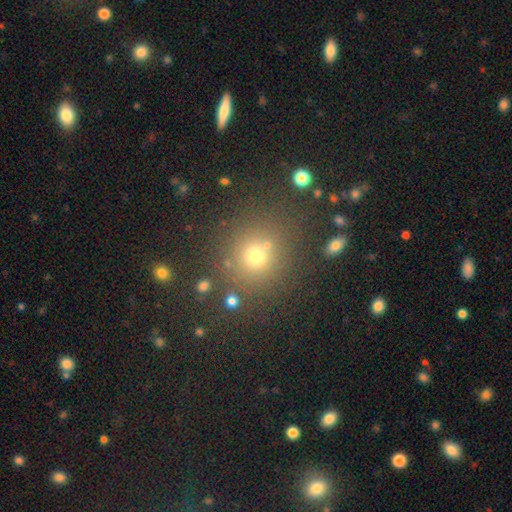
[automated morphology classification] The model was most divided on "smooth or featured": smooth: 68%, star or artifact: 23%, featured or disk: 9%. More confident: how rounded — round (88%); merging — none (76%).